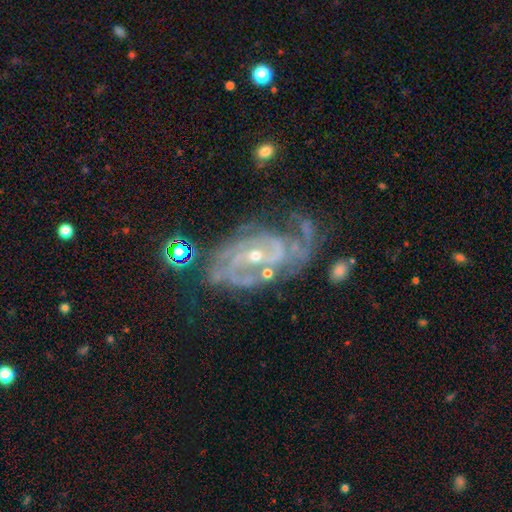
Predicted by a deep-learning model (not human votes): smooth_or_featured: featured or disk (p=0.87) [alt: star or artifact p=0.08]
disk_edge_on: no (p=0.96) [alt: yes p=0.04]
bar: no (p=0.49) [alt: weak p=0.35]
has_spiral_arms: yes (p=0.95) [alt: no p=0.05]
spiral_winding: tight (p=0.57) [alt: medium p=0.34]
spiral_arm_count: 2 (p=0.40) [alt: can't tell p=0.23]
bulge_size: small (p=0.70) [alt: moderate p=0.26]
merging: none (p=0.52) [alt: minor disturbance p=0.24]